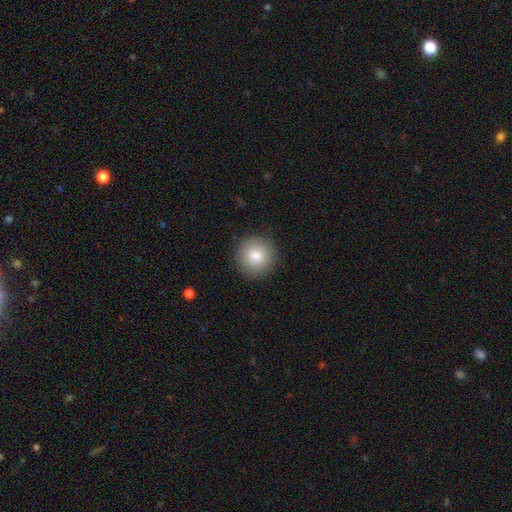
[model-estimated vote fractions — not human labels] smooth_or_featured: smooth (p=0.82) [alt: star or artifact p=0.10]
how_rounded: round (p=0.96) [alt: in between p=0.03]
merging: none (p=0.92) [alt: minor disturbance p=0.05]